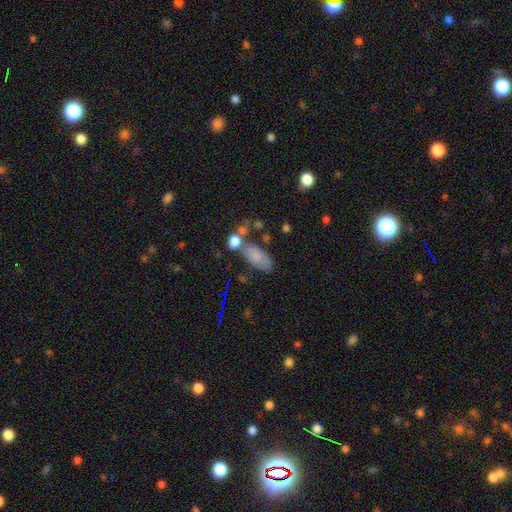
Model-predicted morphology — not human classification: Smooth or featured: smooth — 74% (featured or disk — 16%)
How rounded: in between — 88% (cigar-shaped — 7%)
Merging: none — 48% (merger — 21%)